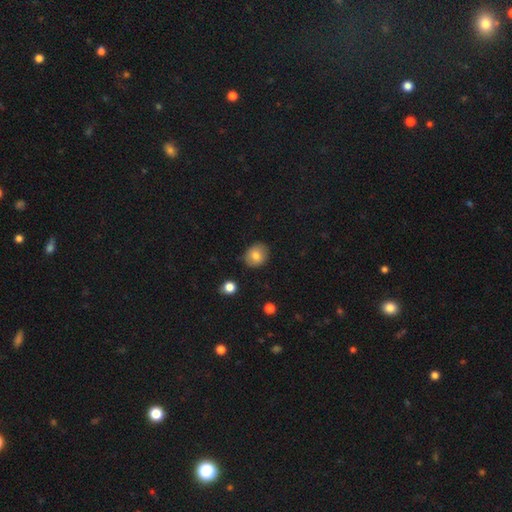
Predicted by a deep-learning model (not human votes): Overall: smooth (78%). How rounded: round (68%; in between 31%). Merging: none (84%).